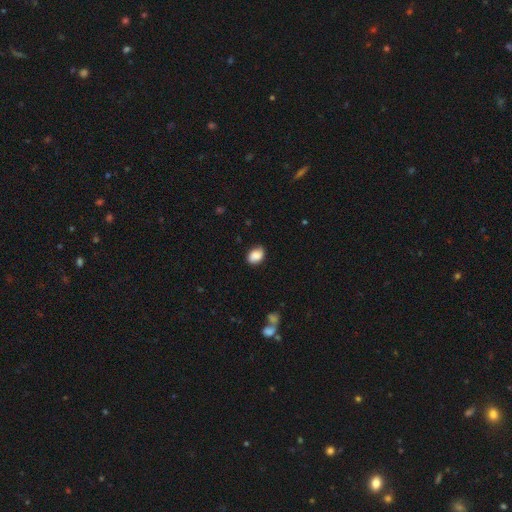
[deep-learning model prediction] Smooth or featured: smooth — 86% (star or artifact — 8%)
How rounded: in between — 78% (round — 21%)
Merging: none — 82% (minor disturbance — 14%)